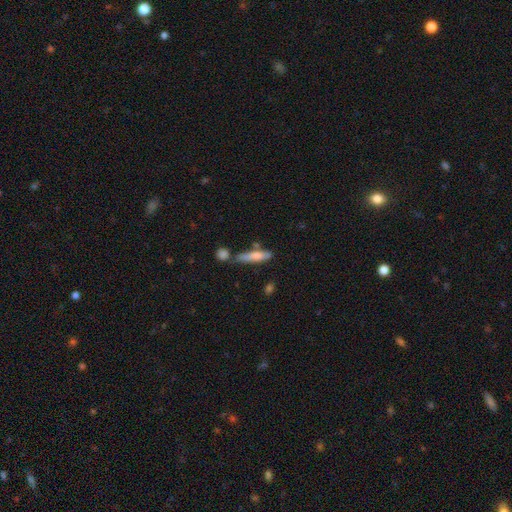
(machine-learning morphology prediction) This appears to be a smooth galaxy with no disk features (66%) that is cigar-shaped (76%). Merging: none (62%).